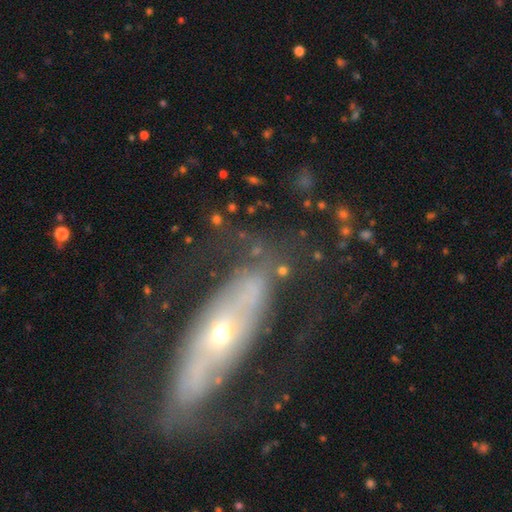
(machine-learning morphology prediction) featured or disk 73%, smooth 20%, star or artifact 7%. Down the decision tree: edge-on disk — no (75%); bar — no (67%); spiral arms — yes (58%); bulge size — small (59%); merging — none (68%).